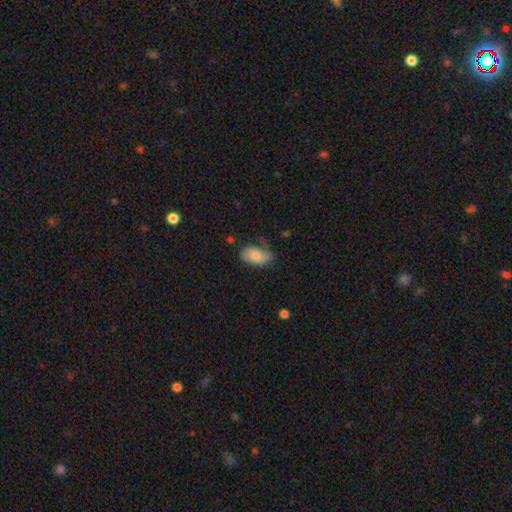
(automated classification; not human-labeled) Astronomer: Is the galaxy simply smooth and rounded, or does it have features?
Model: smooth — 66%.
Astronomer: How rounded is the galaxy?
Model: in between — 93%.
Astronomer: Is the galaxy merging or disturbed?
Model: none — 50% (runner-up: minor disturbance, 31%).